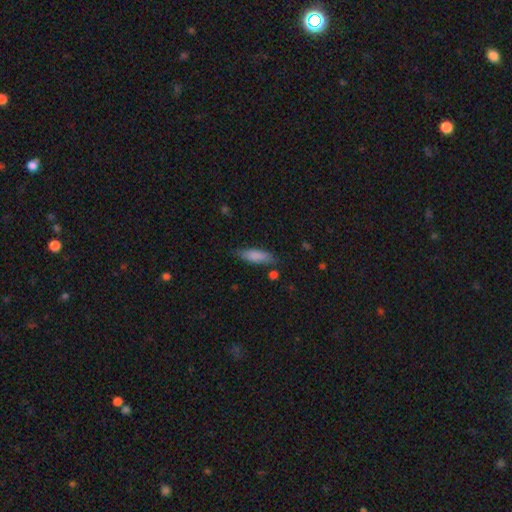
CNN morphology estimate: Q: Smooth or featured?
A: smooth (84%); runner-up: featured or disk (10%)
Q: How rounded?
A: in between (57%); runner-up: cigar-shaped (41%)
Q: Merging?
A: none (73%); runner-up: minor disturbance (20%)